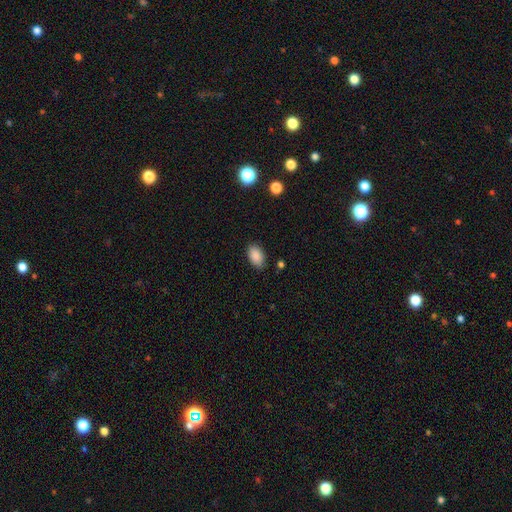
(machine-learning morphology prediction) smooth_or_featured: smooth (p=0.89) [alt: star or artifact p=0.08]
how_rounded: in between (p=0.91) [alt: round p=0.07]
merging: none (p=0.85) [alt: minor disturbance p=0.11]